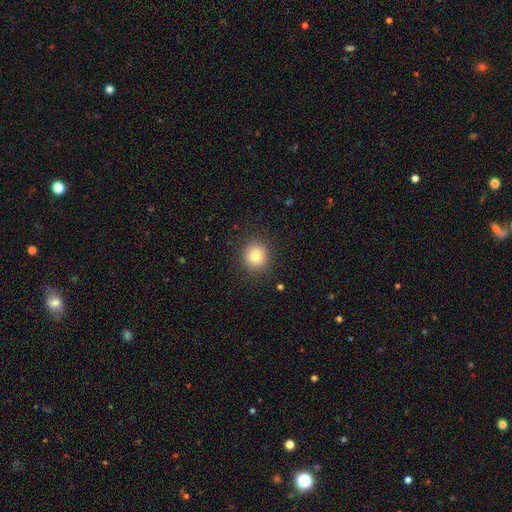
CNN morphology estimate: A smooth galaxy with no disk features (80%) that is round (89%).

Vote fractions:
- Smooth or featured? smooth: 80% / star or artifact: 11% / featured or disk: 8%
- How rounded? round: 89% / in between: 10% / cigar-shaped: 1%
- Merging? none: 90% / minor disturbance: 7% / major disturbance: 2% / merger: 1%